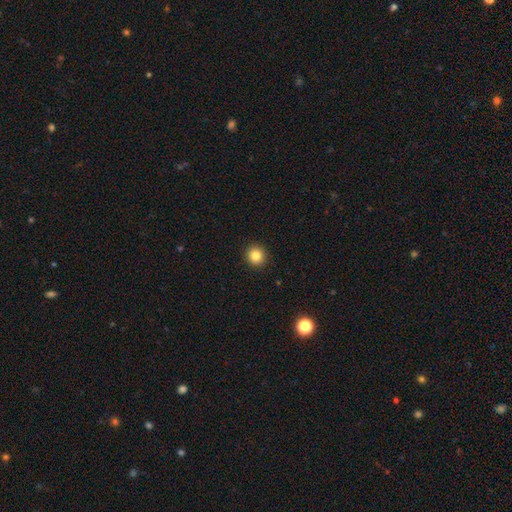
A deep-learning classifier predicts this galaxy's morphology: Smooth or featured: smooth — 84% (star or artifact — 11%)
How rounded: round — 92% (in between — 7%)
Merging: none — 93% (minor disturbance — 5%)